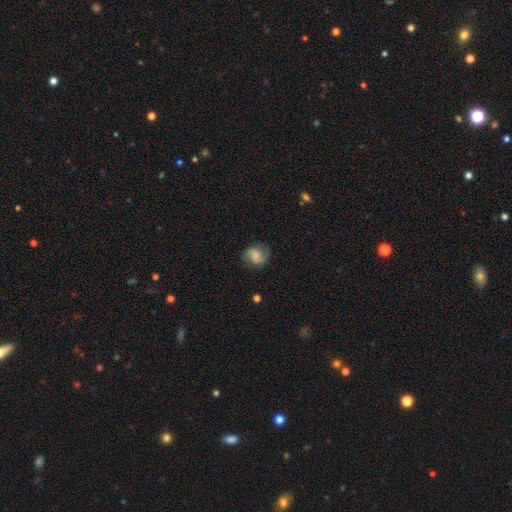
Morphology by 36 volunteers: Q: Smooth or featured?
A: featured or disk (53%); runner-up: smooth (47%)
Q: Edge-on disk?
A: no (100%)
Q: Bar?
A: no (74%); runner-up: weak (21%)
Q: Spiral arms?
A: yes (84%); runner-up: no (16%)
Q: Spiral winding?
A: medium (56%); runner-up: tight (25%)
Q: Spiral arm count?
A: 2 (88%); runner-up: 1 (6%)
Q: Bulge size?
A: small (63%); runner-up: none (21%)
Q: Merging?
A: none (89%); runner-up: minor disturbance (6%)